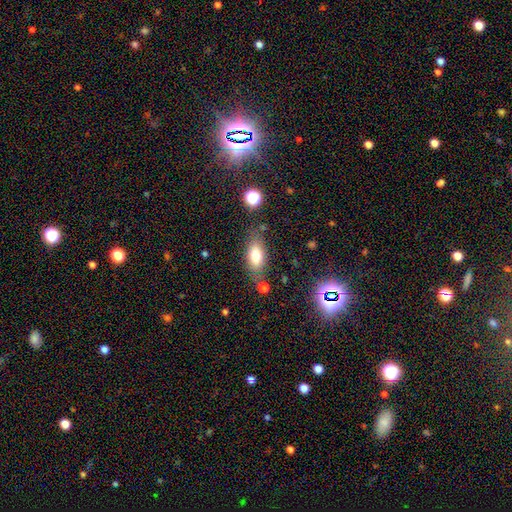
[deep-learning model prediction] Smooth or featured?
  - smooth: 75% *
  - featured or disk: 16%
  - star or artifact: 9%
How rounded?
  - in between: 84% *
  - cigar-shaped: 11%
  - round: 5%
Merging?
  - none: 72% *
  - minor disturbance: 16%
  - merger: 7%
  - major disturbance: 5%